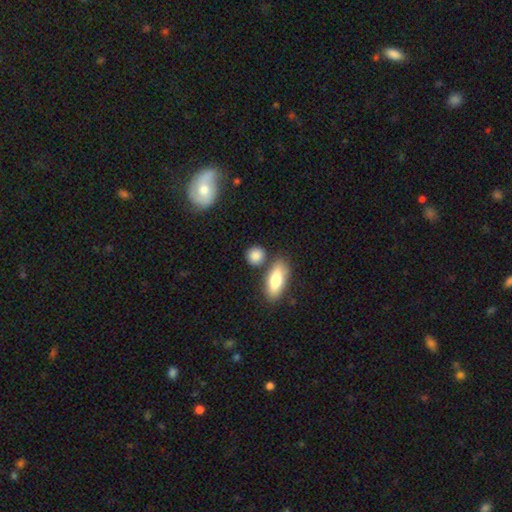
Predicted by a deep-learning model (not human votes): smooth-or-featured: smooth: 86% | star or artifact: 8% | featured or disk: 7%
  how-rounded: round: 71% | in between: 25% | cigar-shaped: 4%
  merging: none: 74% | minor disturbance: 12% | merger: 11% | major disturbance: 3%